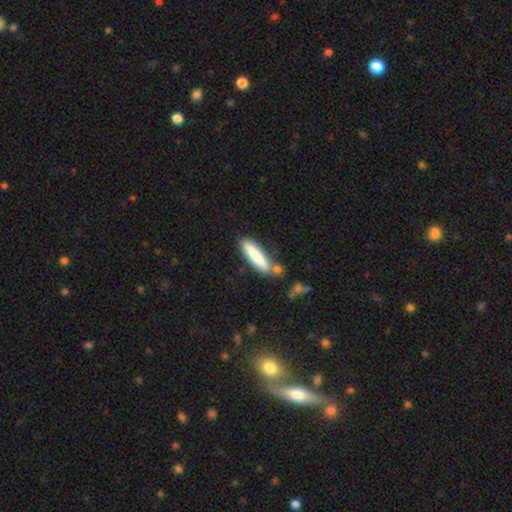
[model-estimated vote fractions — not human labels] smooth 81%, featured or disk 13%, star or artifact 6%. Down the decision tree: how rounded — cigar-shaped (78%); merging — none (70%).